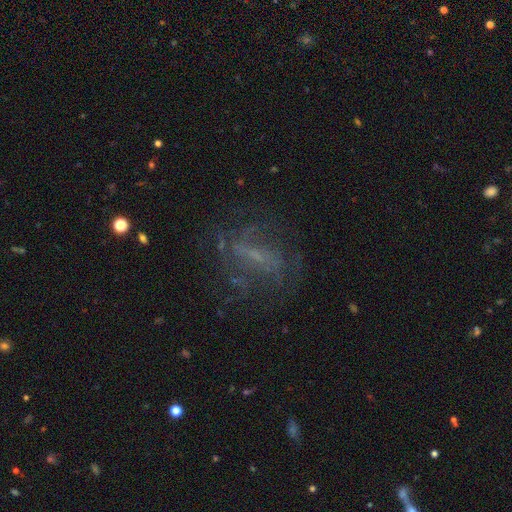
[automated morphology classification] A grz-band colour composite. It shows a featured or disk galaxy (59%). Merging: none (64%).